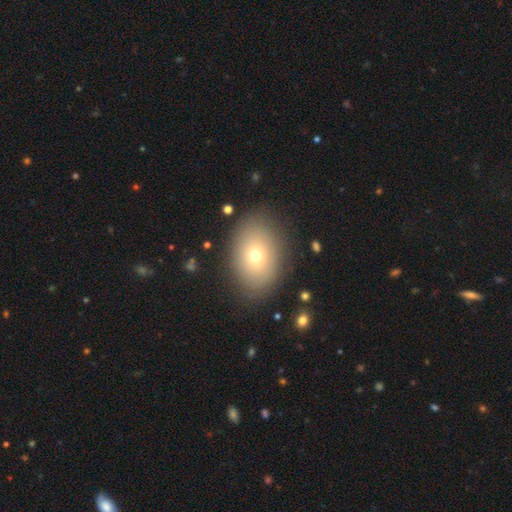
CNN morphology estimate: This appears to be a smooth galaxy with no disk features (70%) that is in between round and cigar-shaped (70%). Merging: none (84%).